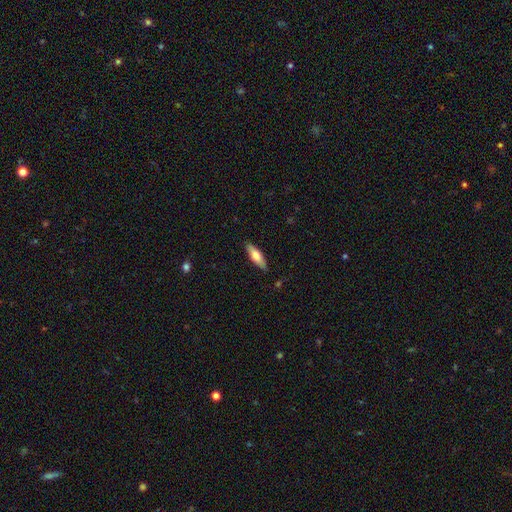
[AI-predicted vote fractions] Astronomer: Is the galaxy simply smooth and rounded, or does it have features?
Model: smooth — 62%.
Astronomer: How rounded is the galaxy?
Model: cigar-shaped — 53% (runner-up: in between, 45%).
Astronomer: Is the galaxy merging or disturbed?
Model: none — 87%.